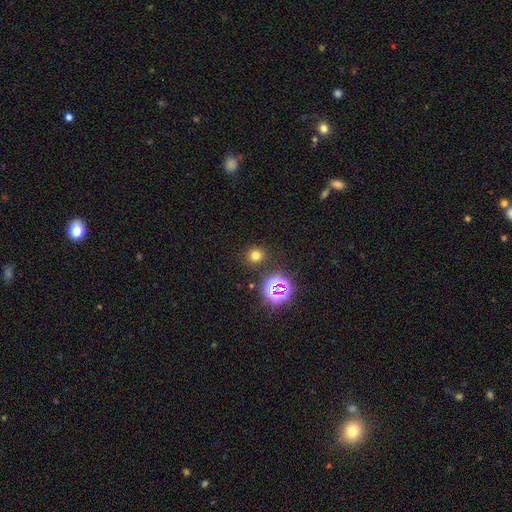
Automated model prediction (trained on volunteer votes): A smooth galaxy with no disk features (69%) that is round (87%).

Vote fractions:
- Smooth or featured? smooth: 69% / star or artifact: 25% / featured or disk: 7%
- How rounded? round: 87% / in between: 12% / cigar-shaped: 1%
- Merging? none: 88% / minor disturbance: 7% / major disturbance: 3% / merger: 3%